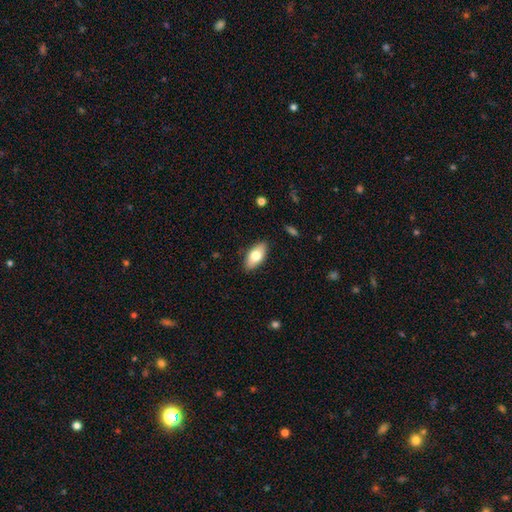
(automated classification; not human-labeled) This is likely a smooth galaxy (75%). How rounded: clearly in between (91%). Merging: clearly none (87%).